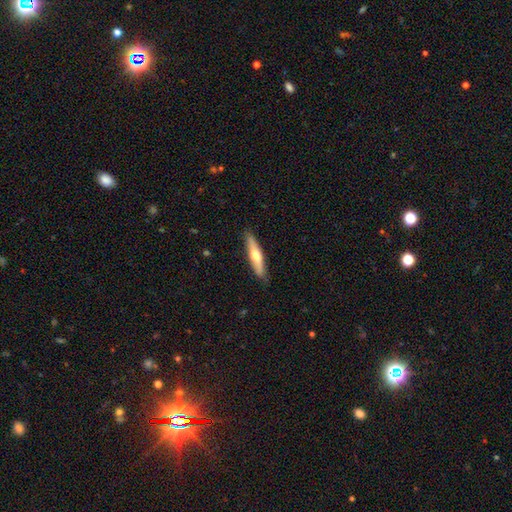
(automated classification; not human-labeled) A smooth galaxy with no disk features (51%) that is cigar-shaped (83%).

Vote fractions:
- Smooth or featured? smooth: 51% / featured or disk: 44% / star or artifact: 5%
- How rounded? cigar-shaped: 83% / in between: 15% / round: 1%
- Merging? none: 86% / minor disturbance: 11% / major disturbance: 2% / merger: 1%